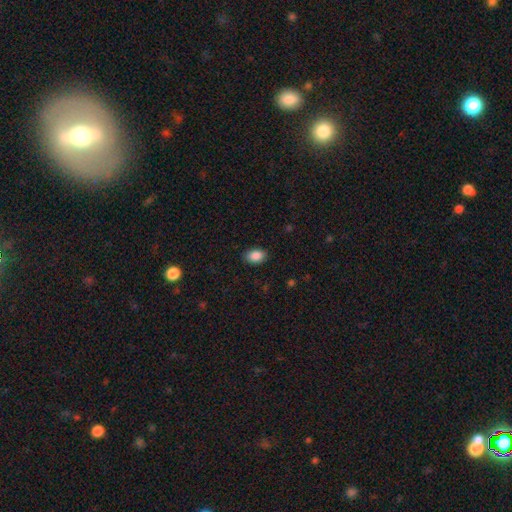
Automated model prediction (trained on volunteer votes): The model was most divided on "how rounded": in between: 86%, round: 13%, cigar-shaped: 1%. More confident: smooth or featured — smooth (88%); merging — none (86%).